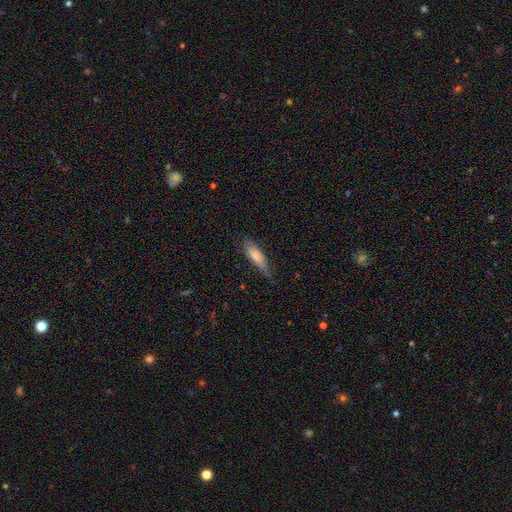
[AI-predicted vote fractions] A smooth galaxy with no disk features (75%) that is cigar-shaped (57%). Merging: none (57%).